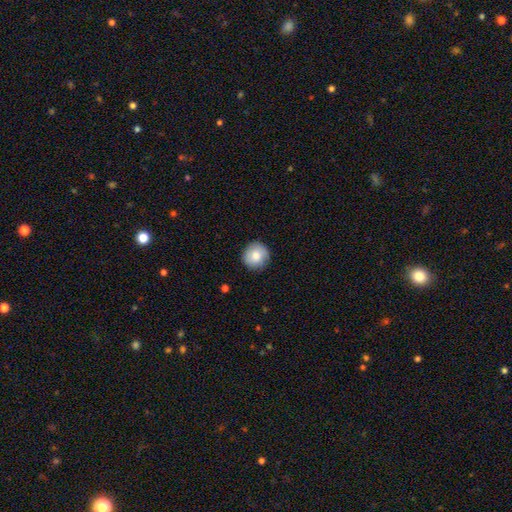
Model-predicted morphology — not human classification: Smooth or featured? smooth (79%)
How rounded? round (92%)
Merging? none (84%)